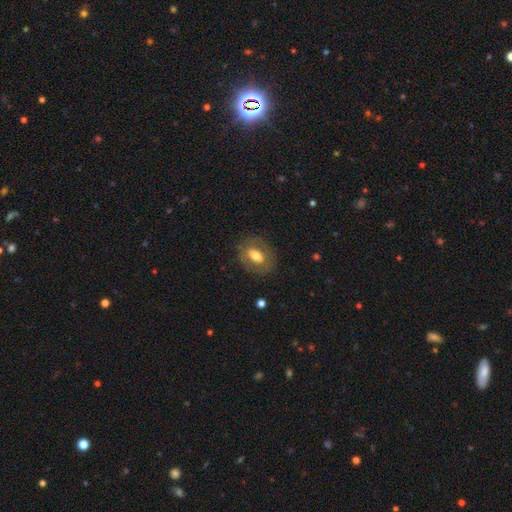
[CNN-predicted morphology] smooth-or-featured: smooth: 52% | featured or disk: 41% | star or artifact: 7%
  how-rounded: in between: 66% | round: 32% | cigar-shaped: 2%
  merging: none: 78% | minor disturbance: 14% | major disturbance: 7% | merger: 1%